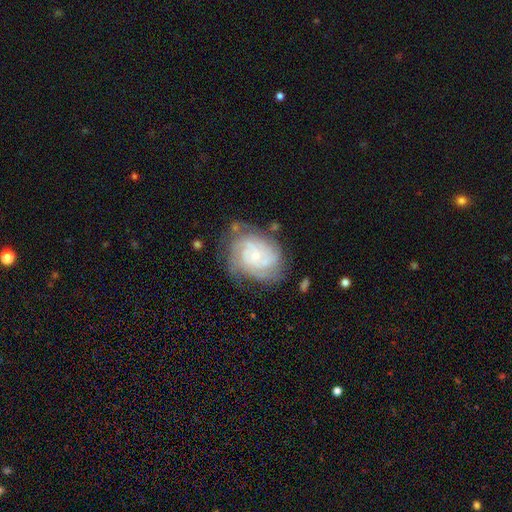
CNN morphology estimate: This appears to be a featured or disk galaxy (81%) with no bar (75%), tight (68%) spiral arms (94%) and a small central bulge (78%). Merging: none (67%).